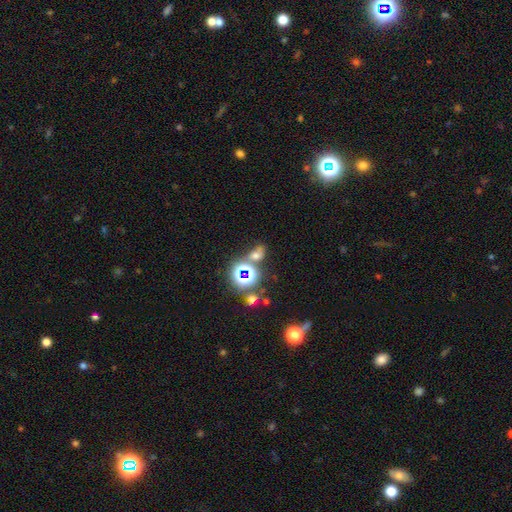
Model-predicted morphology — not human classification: star or artifact 43%, smooth 42%, featured or disk 15%.